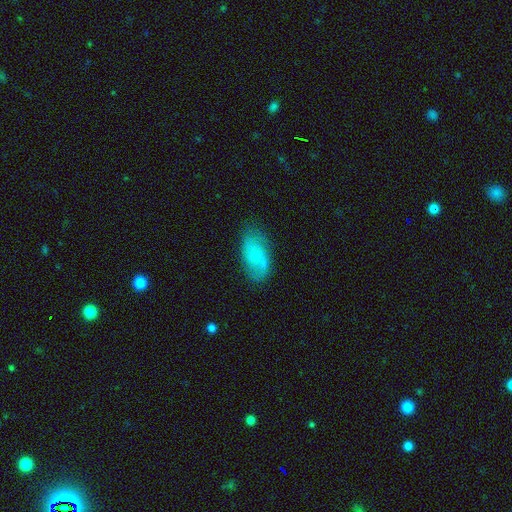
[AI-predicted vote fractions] Overall: featured or disk (50%; smooth 43%). Merging: none (70%).